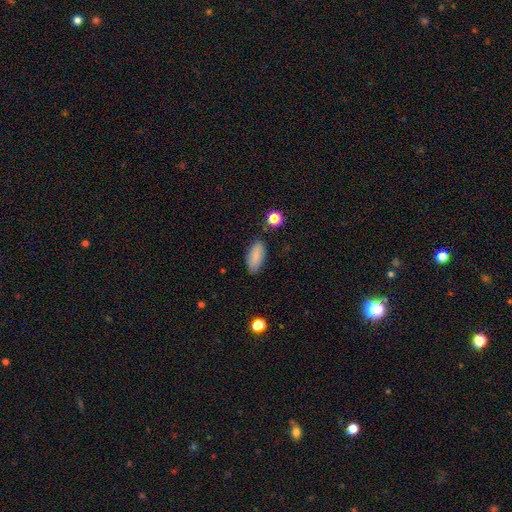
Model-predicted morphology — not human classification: Smooth or featured? Predicted: smooth (p=0.84). How rounded? Predicted: in between (p=0.87). Merging? Predicted: none (p=0.82).